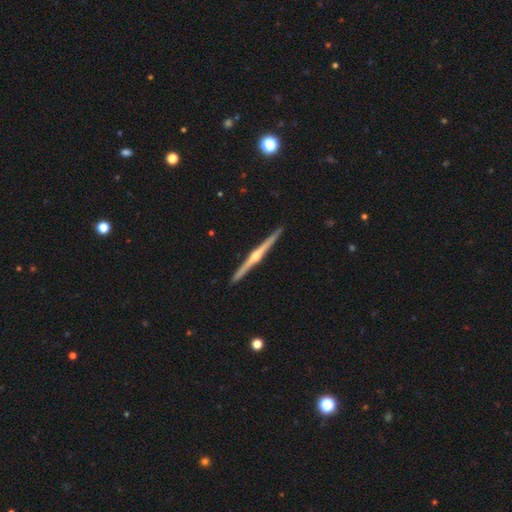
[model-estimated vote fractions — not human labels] Smooth or featured? featured or disk (85%)
Edge-on disk? yes (99%)
Edge-on bulge? rounded (91%)
Merging? none (93%)